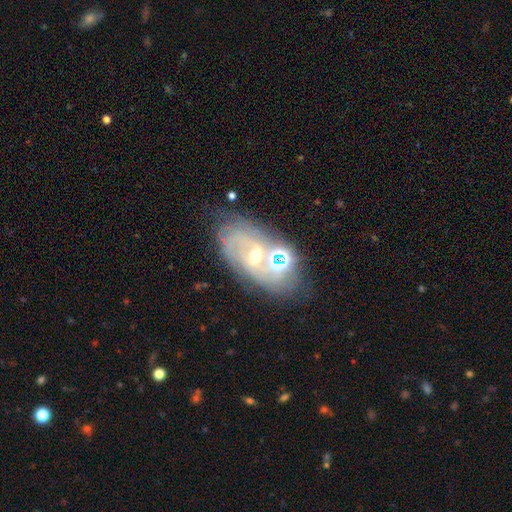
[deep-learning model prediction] smooth-or-featured: featured or disk: 66% | star or artifact: 18% | smooth: 16%
  disk-edge-on: no: 95% | yes: 5%
    bar: no: 49% | weak: 36% | strong: 15%
    has-spiral-arms: yes: 79% | no: 21%
    bulge-size: moderate: 60% | small: 32% | large: 5% | none: 2% | dominant: 2%
  merging: none: 53% | minor disturbance: 20% | merger: 15% | major disturbance: 12%